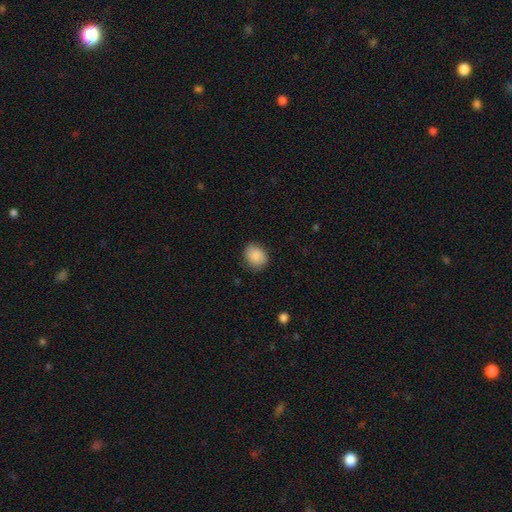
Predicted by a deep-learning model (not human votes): smooth 89%, star or artifact 7%, featured or disk 4%. Down the decision tree: how rounded — round (61%); merging — none (81%).